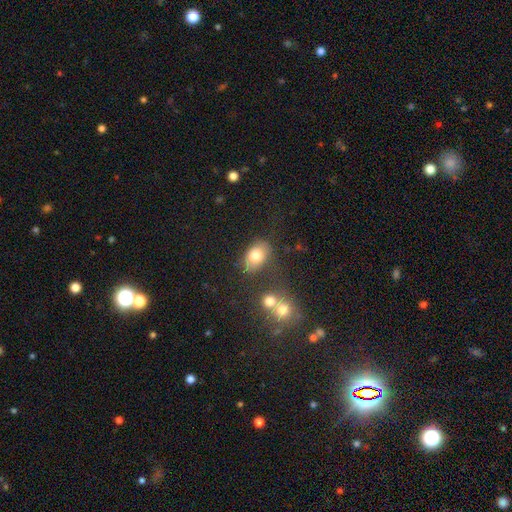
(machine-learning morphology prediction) A smooth galaxy with no disk features (78%) that is in between round and cigar-shaped (83%). Merging: none (68%).